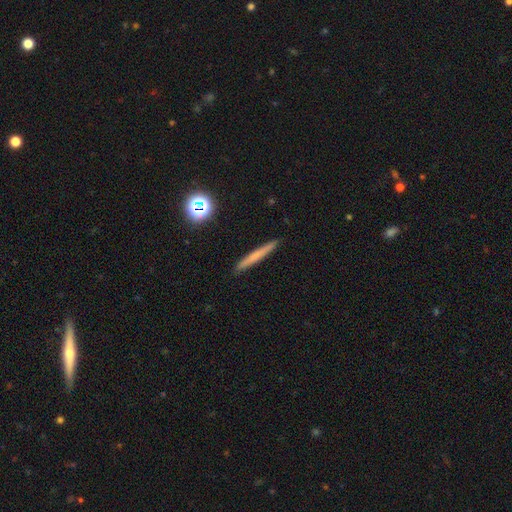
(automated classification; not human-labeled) This is possibly a smooth galaxy (60%). How rounded: clearly cigar-shaped (96%). Merging: clearly none (91%).